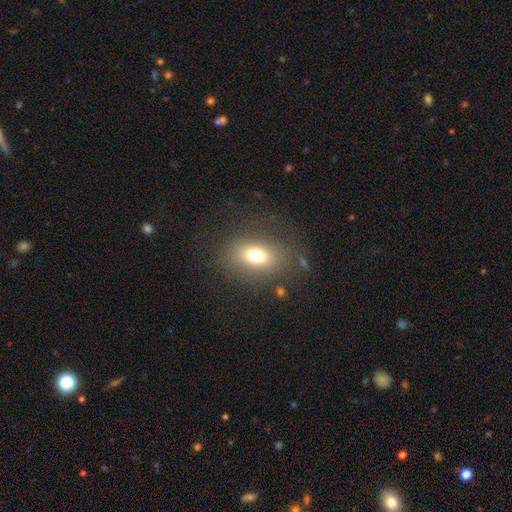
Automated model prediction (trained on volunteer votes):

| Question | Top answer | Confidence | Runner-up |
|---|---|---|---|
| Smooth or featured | smooth | 72% | featured or disk (15%) |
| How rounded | in between | 74% | round (23%) |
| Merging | none | 80% | minor disturbance (11%) |